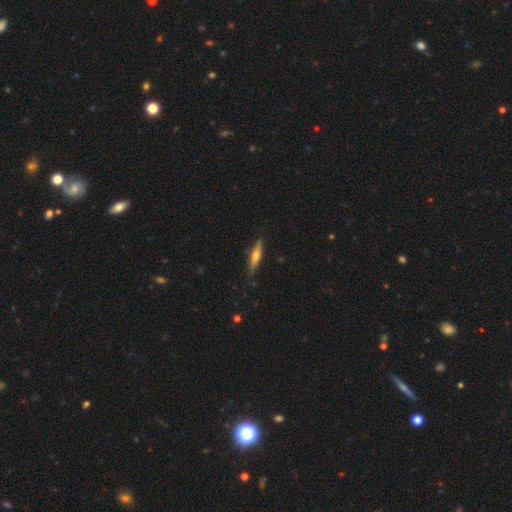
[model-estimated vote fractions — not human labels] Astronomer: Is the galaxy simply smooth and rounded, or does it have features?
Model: featured or disk — 55% (runner-up: smooth, 39%).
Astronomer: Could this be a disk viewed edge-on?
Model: yes — 95%.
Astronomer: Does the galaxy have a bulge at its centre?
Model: rounded — 89%.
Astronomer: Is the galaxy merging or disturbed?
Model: none — 87%.